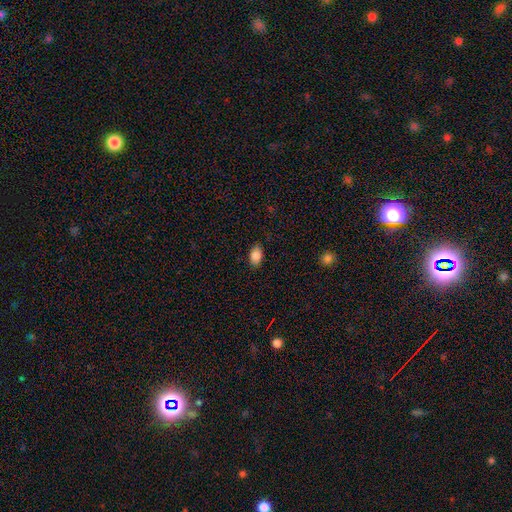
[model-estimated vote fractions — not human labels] Morphology: type=smooth (86%); roundness=in between (90%); merging=none (86%).